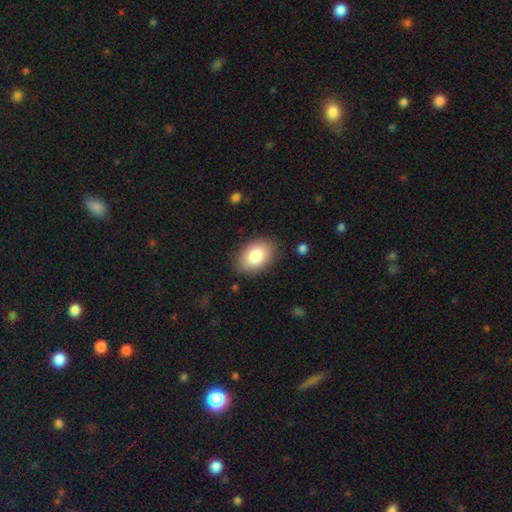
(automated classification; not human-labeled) smooth 83%, featured or disk 10%, star or artifact 7%. Down the decision tree: how rounded — in between (85%); merging — none (86%).